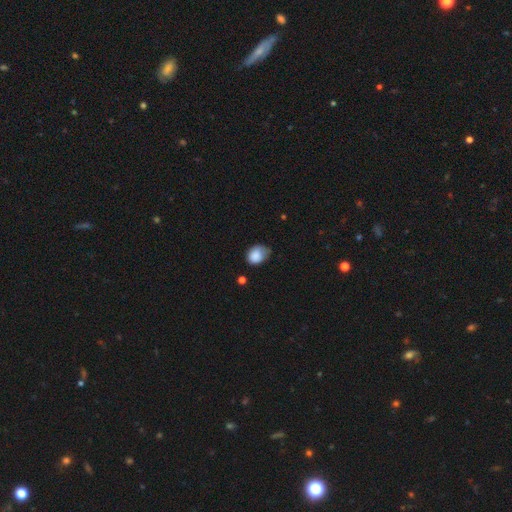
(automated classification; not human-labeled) A smooth galaxy with no disk features (84%) that is in between round and cigar-shaped (56%).

Vote fractions:
- Smooth or featured? smooth: 84% / star or artifact: 9% / featured or disk: 8%
- How rounded? in between: 56% / round: 43% / cigar-shaped: 1%
- Merging? minor disturbance: 45% / none: 38% / major disturbance: 14% / merger: 3%